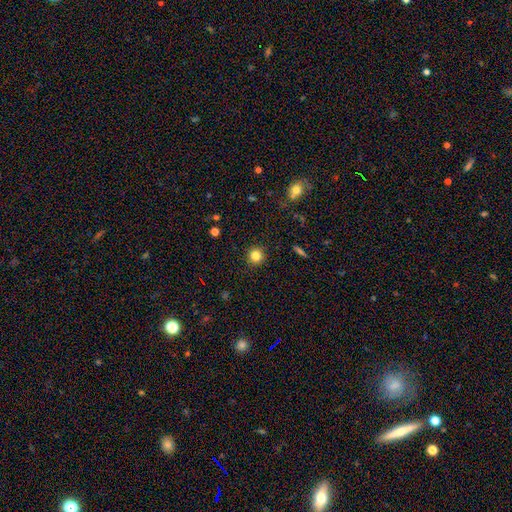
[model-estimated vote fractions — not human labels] Smooth or featured? smooth (81%)
How rounded? round (94%)
Merging? none (91%)